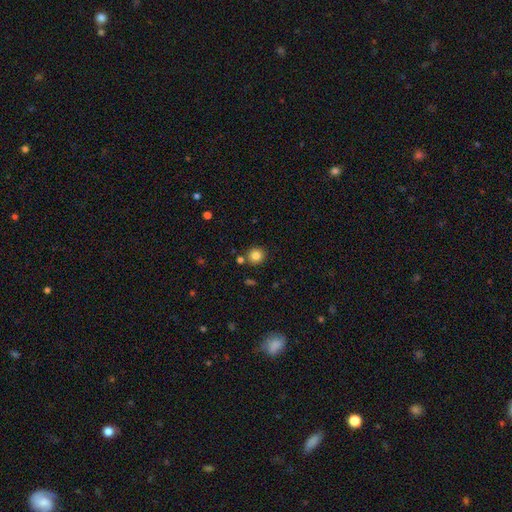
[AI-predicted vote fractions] smooth-or-featured: smooth: 82% | star or artifact: 11% | featured or disk: 6%
  how-rounded: round: 91% | in between: 8% | cigar-shaped: 1%
  merging: none: 84% | minor disturbance: 7% | merger: 6% | major disturbance: 2%